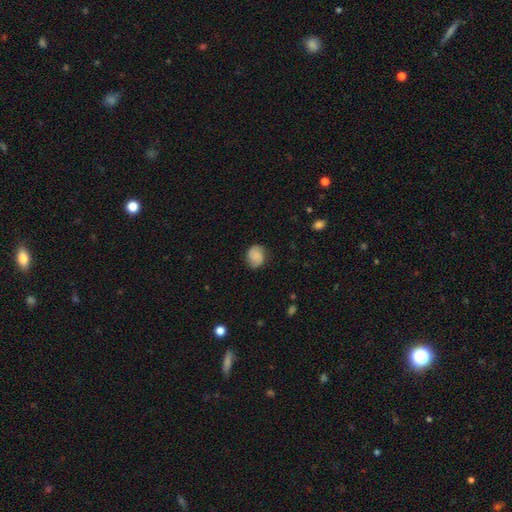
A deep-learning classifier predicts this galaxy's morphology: Smooth or featured? smooth (66%)
How rounded? round (53%)
Merging? none (75%)